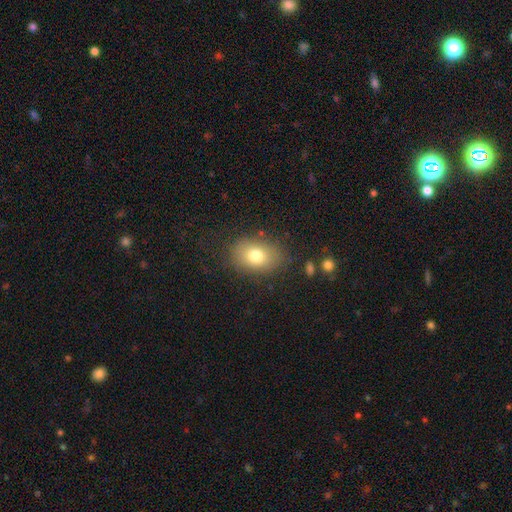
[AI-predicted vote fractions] This is likely a smooth galaxy (77%). How rounded: likely in between (76%). Merging: clearly none (80%).